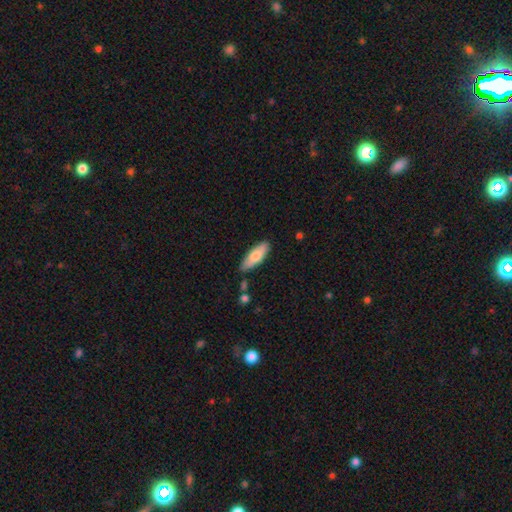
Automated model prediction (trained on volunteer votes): This is likely a smooth galaxy (74%). How rounded: likely in between (61%). Merging: clearly none (81%).